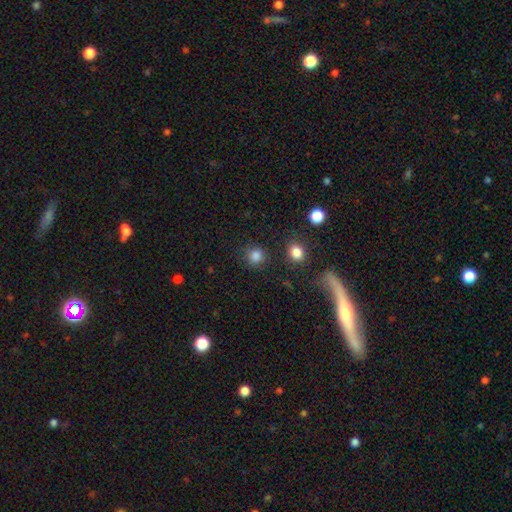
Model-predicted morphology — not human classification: Smooth or featured? smooth (84%)
How rounded? round (90%)
Merging? none (85%)